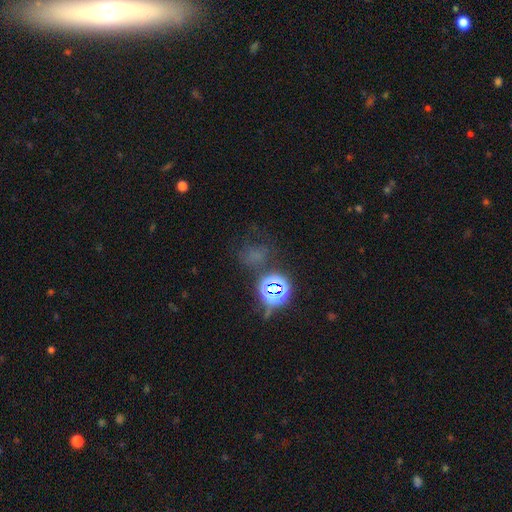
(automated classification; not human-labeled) Morphology: type=star or artifact (49%).